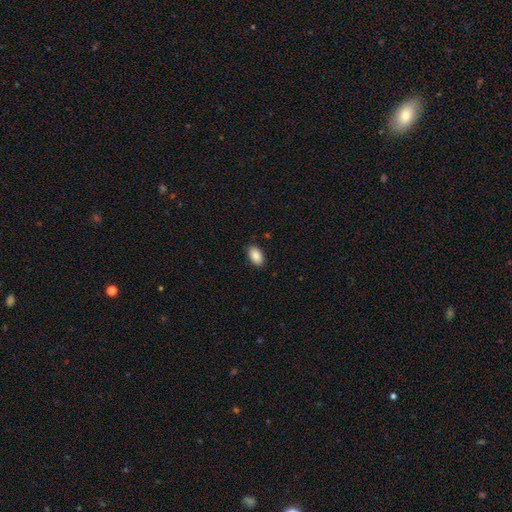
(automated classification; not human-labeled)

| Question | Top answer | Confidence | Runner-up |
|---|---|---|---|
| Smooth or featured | smooth | 89% | star or artifact (7%) |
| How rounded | in between | 93% | round (6%) |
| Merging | none | 87% | minor disturbance (10%) |